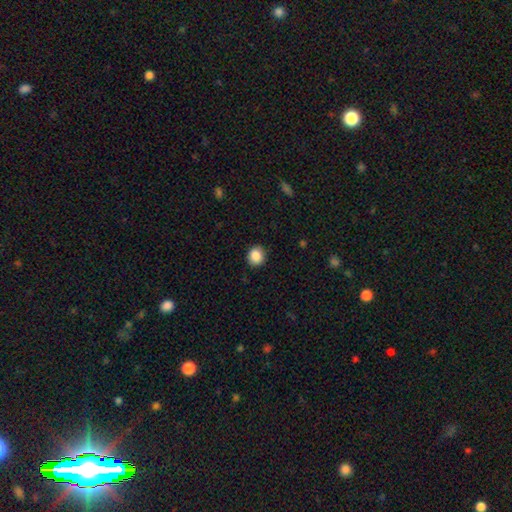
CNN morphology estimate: smooth_or_featured: smooth (p=0.88) [alt: star or artifact p=0.09]
how_rounded: round (p=0.82) [alt: in between p=0.17]
merging: none (p=0.88) [alt: minor disturbance p=0.09]